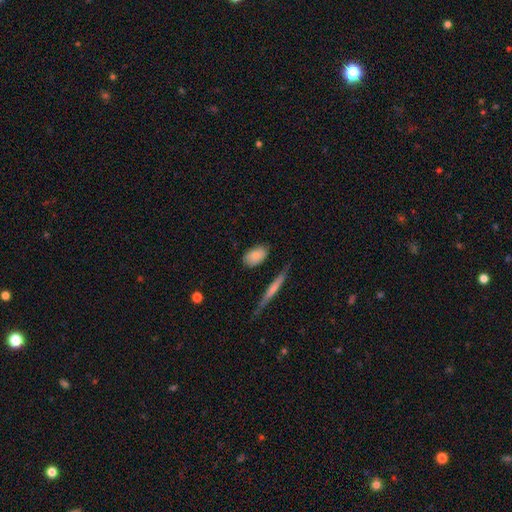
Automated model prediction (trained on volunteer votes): smooth_or_featured: smooth (p=0.83) [alt: featured or disk p=0.10]
how_rounded: in between (p=0.88) [alt: round p=0.07]
merging: none (p=0.71) [alt: minor disturbance p=0.19]